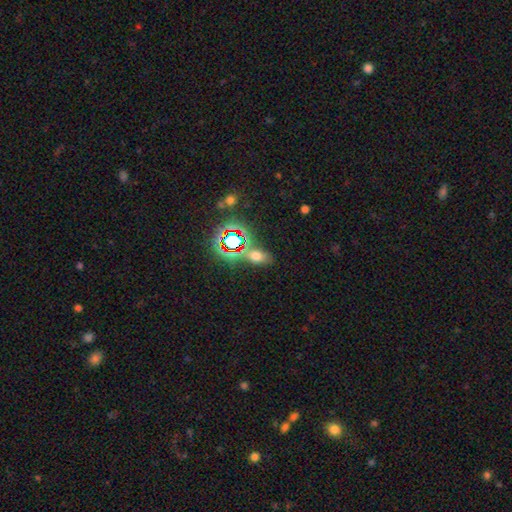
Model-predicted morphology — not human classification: type=smooth (57%); roundness=in between (79%); merging=none (68%).